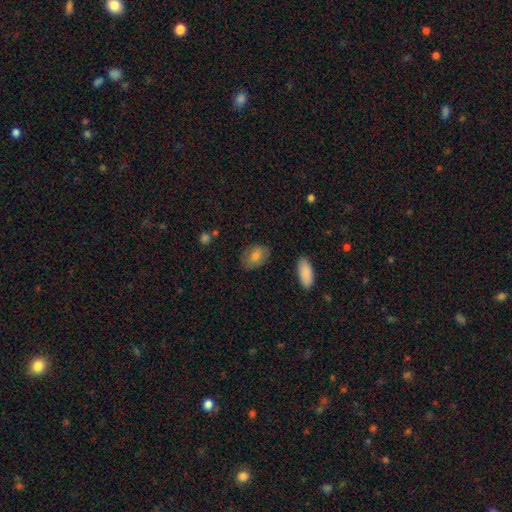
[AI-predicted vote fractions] This appears to be a smooth galaxy with no disk features (77%) that is in between round and cigar-shaped (84%). Merging: none (81%).